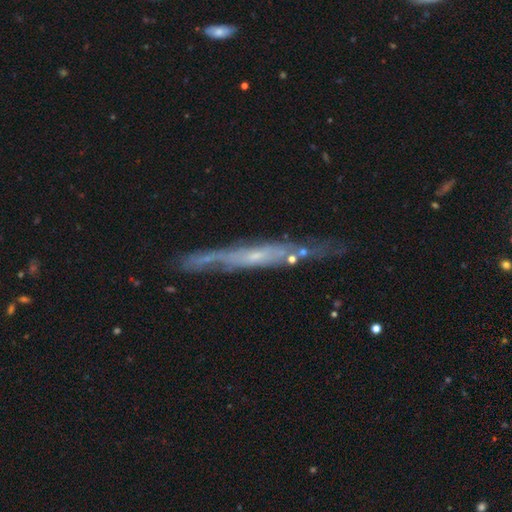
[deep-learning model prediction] A featured or disk galaxy (71%) viewed edge-on (84%) with no central bulge (62%).

Vote fractions:
- Smooth or featured? featured or disk: 71% / smooth: 21% / star or artifact: 8%
- Edge-on disk? yes: 84% / no: 16%
- Edge-on bulge? none: 62% / rounded: 31% / boxy: 7%
- Merging? none: 72% / minor disturbance: 19% / major disturbance: 5% / merger: 4%